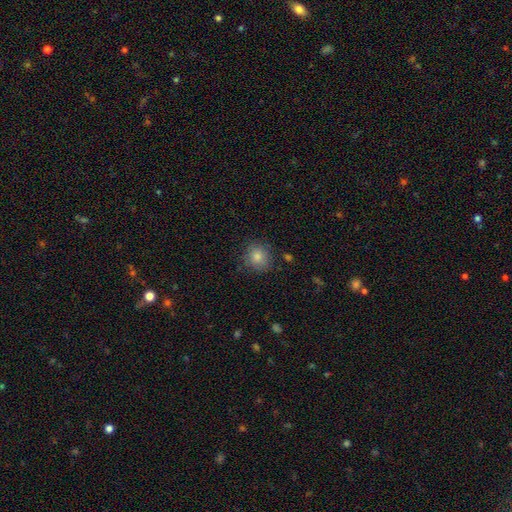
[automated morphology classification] smooth 83%, star or artifact 11%, featured or disk 7%. Down the decision tree: how rounded — round (80%); merging — none (84%).